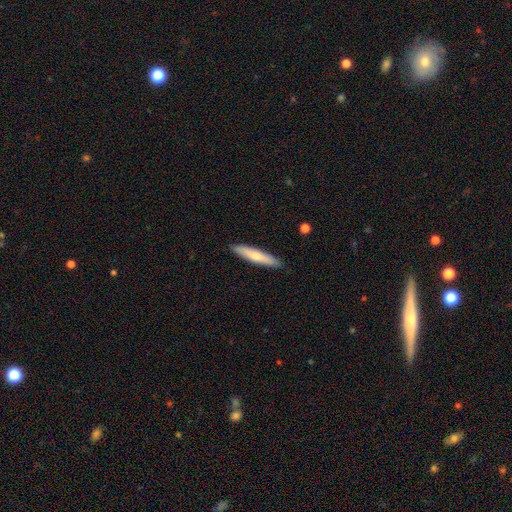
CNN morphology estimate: Q: Smooth or featured?
A: smooth (62%); runner-up: featured or disk (32%)
Q: How rounded?
A: cigar-shaped (89%); runner-up: in between (10%)
Q: Merging?
A: none (90%); runner-up: minor disturbance (7%)